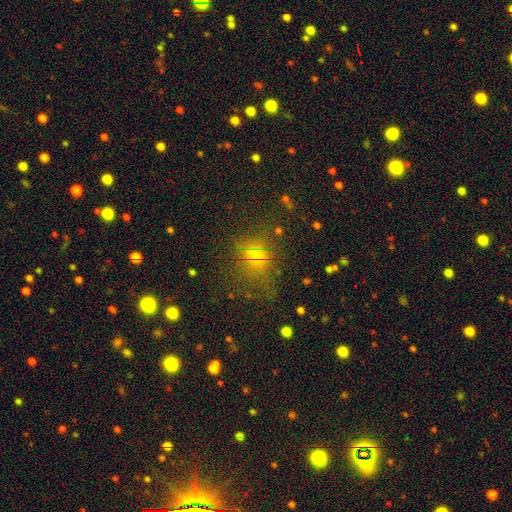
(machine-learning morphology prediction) type=smooth (55%); roundness=round (50%); merging=none (61%).